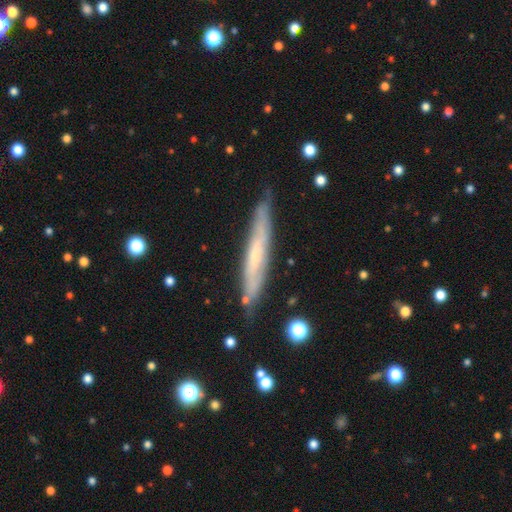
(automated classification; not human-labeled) A featured or disk galaxy (55%) viewed edge-on (81%).

Vote fractions:
- Smooth or featured? featured or disk: 55% / smooth: 39% / star or artifact: 6%
- Edge-on disk? yes: 81% / no: 19%
- Merging? none: 79% / minor disturbance: 16% / major disturbance: 3% / merger: 2%